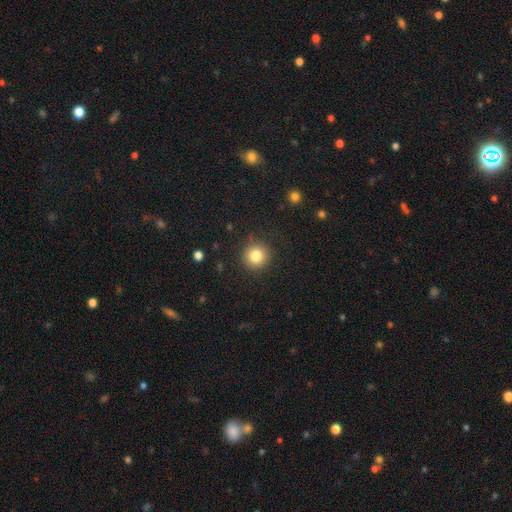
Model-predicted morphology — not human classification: smooth_or_featured: smooth (p=0.82) [alt: star or artifact p=0.11]
how_rounded: round (p=0.93) [alt: in between p=0.06]
merging: none (p=0.89) [alt: minor disturbance p=0.07]